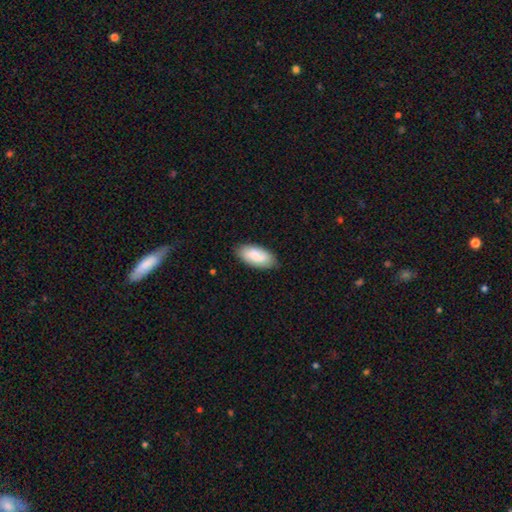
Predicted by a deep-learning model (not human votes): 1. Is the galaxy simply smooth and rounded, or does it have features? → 75% smooth, 18% featured or disk, 6% star or artifact.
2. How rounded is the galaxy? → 93% in between, 5% cigar-shaped, 2% round.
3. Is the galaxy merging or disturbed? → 82% none, 14% minor disturbance, 3% major disturbance, 1% merger.